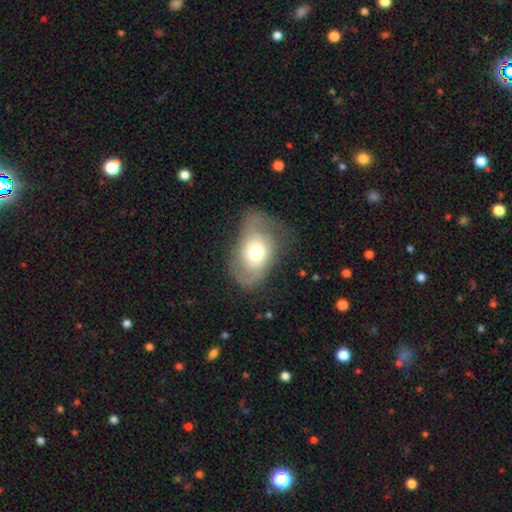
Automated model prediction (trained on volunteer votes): Smooth or featured?
  - featured or disk: 57% *
  - smooth: 35%
  - star or artifact: 7%
Edge-on disk?
  - no: 94% *
  - yes: 6%
Bar?
  - no: 77% *
  - weak: 19%
  - strong: 5%
Spiral arms?
  - yes: 74% *
  - no: 26%
Bulge size?
  - moderate: 65% *
  - large: 22%
  - small: 10%
  - dominant: 2%
  - none: 1%
Merging?
  - none: 54% *
  - minor disturbance: 27%
  - major disturbance: 17%
  - merger: 2%